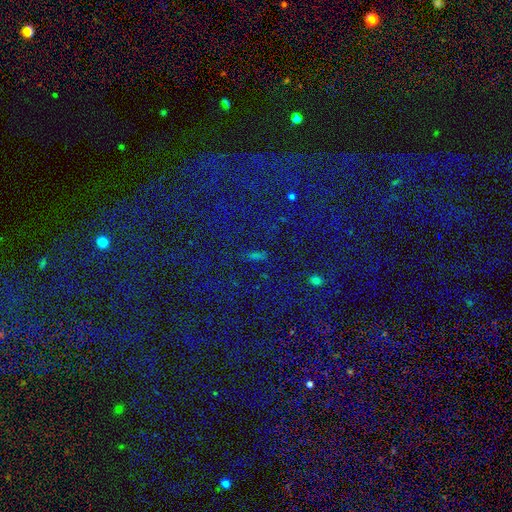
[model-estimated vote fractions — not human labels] Smooth or featured? star or artifact (64%)